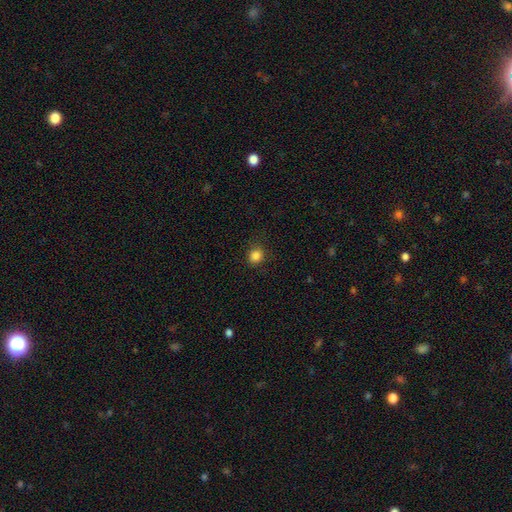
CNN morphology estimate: smooth 85%, star or artifact 11%, featured or disk 4%. Down the decision tree: how rounded — round (82%); merging — none (86%).